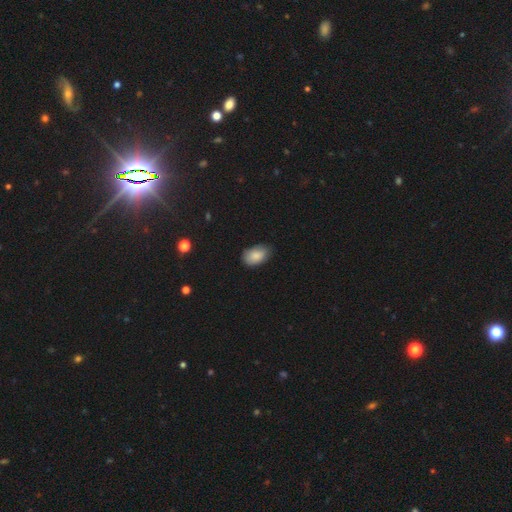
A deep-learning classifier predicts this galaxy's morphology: Q: Smooth or featured?
A: smooth (86%); runner-up: star or artifact (7%)
Q: How rounded?
A: in between (91%); runner-up: round (7%)
Q: Merging?
A: none (72%); runner-up: minor disturbance (24%)